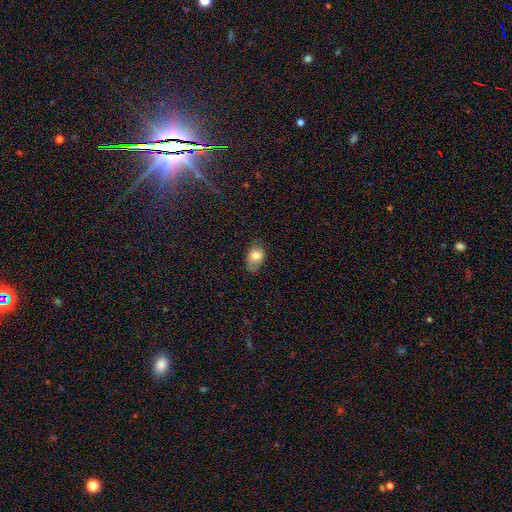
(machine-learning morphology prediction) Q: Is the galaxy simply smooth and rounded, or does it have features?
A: smooth — 77%.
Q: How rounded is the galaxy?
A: in between — 82%.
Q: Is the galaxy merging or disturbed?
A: none — 61%.